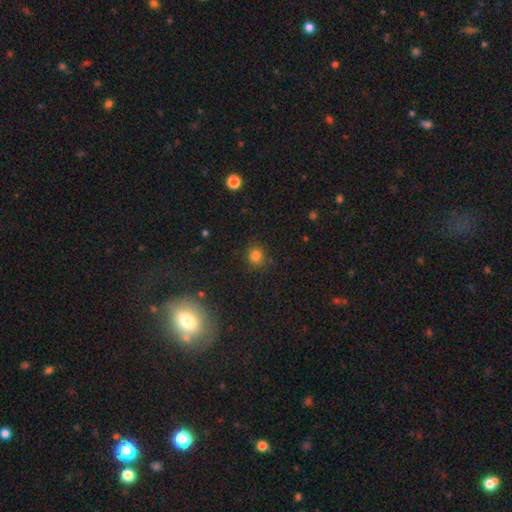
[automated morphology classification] Smooth or featured? Predicted: smooth (p=0.80). How rounded? Predicted: round (p=0.85). Merging? Predicted: none (p=0.84).